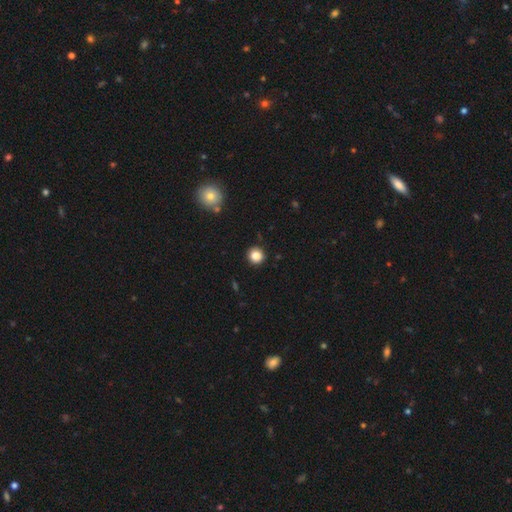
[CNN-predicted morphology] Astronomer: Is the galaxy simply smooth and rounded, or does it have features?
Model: smooth — 85%.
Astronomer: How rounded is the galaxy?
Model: round — 93%.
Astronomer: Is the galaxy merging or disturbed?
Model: none — 91%.